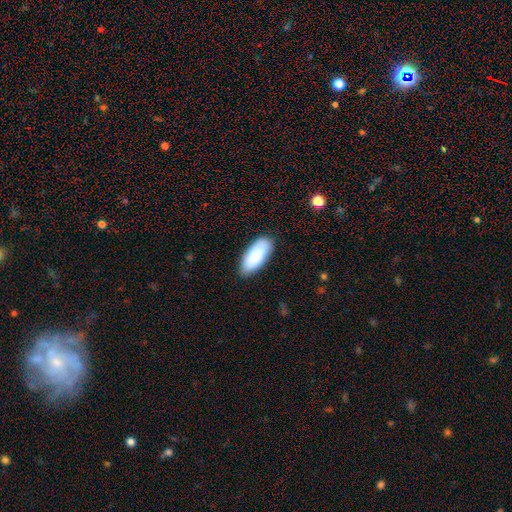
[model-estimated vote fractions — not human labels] Smooth or featured? Predicted: smooth (p=0.85). How rounded? Predicted: in between (p=0.87). Merging? Predicted: none (p=0.85).